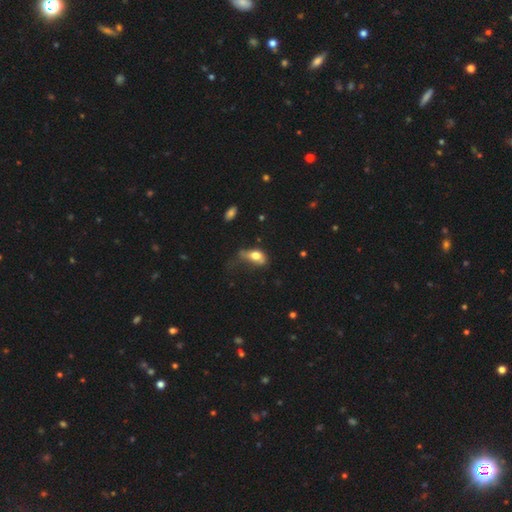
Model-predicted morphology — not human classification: smooth_or_featured: smooth (p=0.68) [alt: featured or disk p=0.23]
how_rounded: in between (p=0.82) [alt: round p=0.12]
merging: major disturbance (p=0.44) [alt: minor disturbance p=0.29]